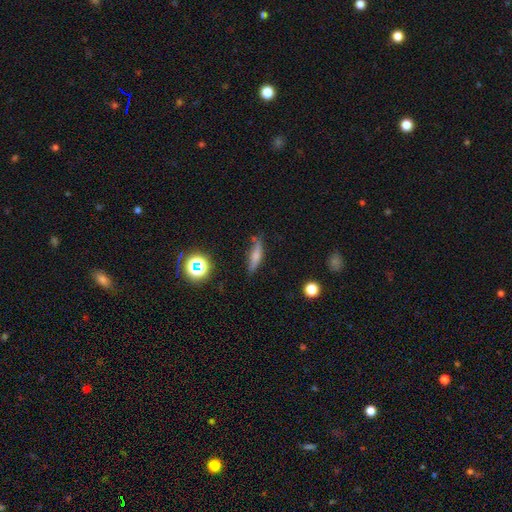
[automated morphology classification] A smooth galaxy with no disk features (61%) that is cigar-shaped (68%). Merging: none (74%).